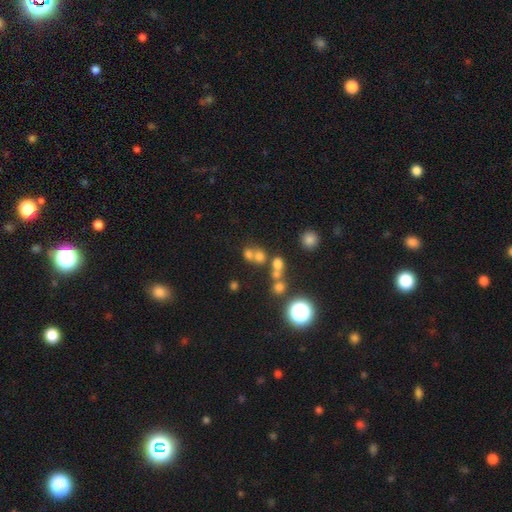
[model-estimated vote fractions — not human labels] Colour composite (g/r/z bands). It shows a smooth galaxy with no disk features (60%) that is round (75%). Merging: merger (47%).